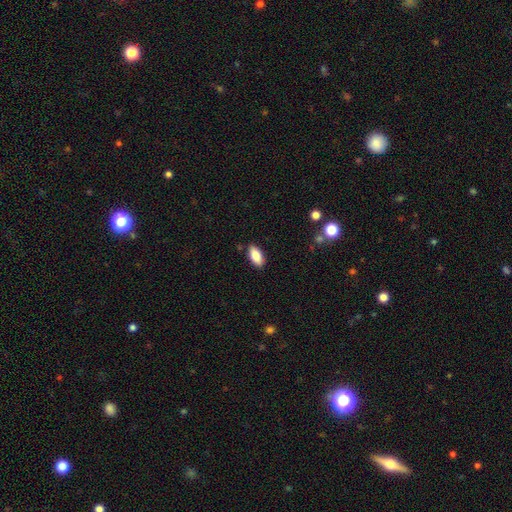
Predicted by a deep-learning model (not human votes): Smooth or featured? Predicted: smooth (p=0.85). How rounded? Predicted: in between (p=0.89). Merging? Predicted: none (p=0.87).